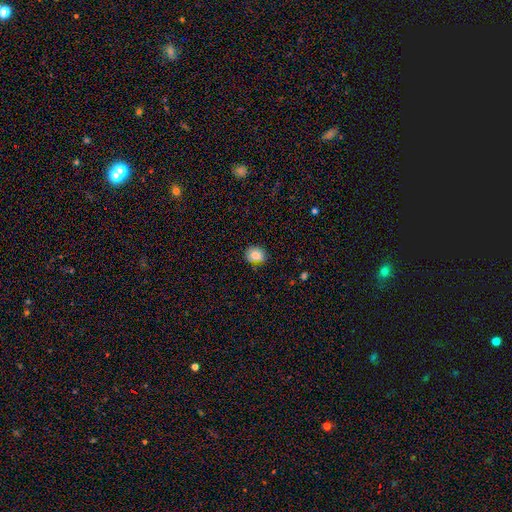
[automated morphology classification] The model was most divided on "how rounded": round: 73%, in between: 26%, cigar-shaped: 1%. More confident: smooth or featured — smooth (83%); merging — none (80%).